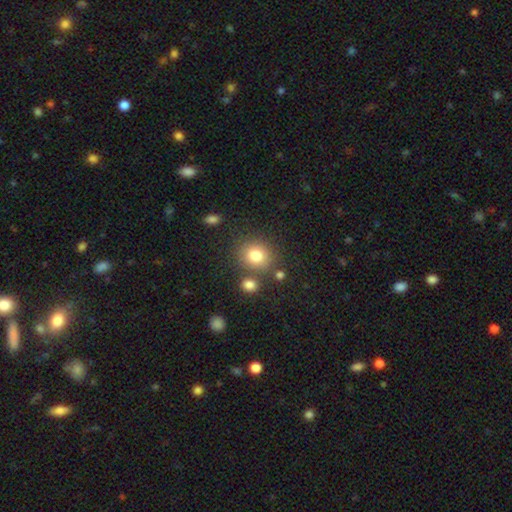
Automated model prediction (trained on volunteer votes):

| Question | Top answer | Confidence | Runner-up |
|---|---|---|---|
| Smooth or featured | smooth | 80% | star or artifact (11%) |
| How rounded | round | 76% | in between (23%) |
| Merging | none | 74% | merger (11%) |